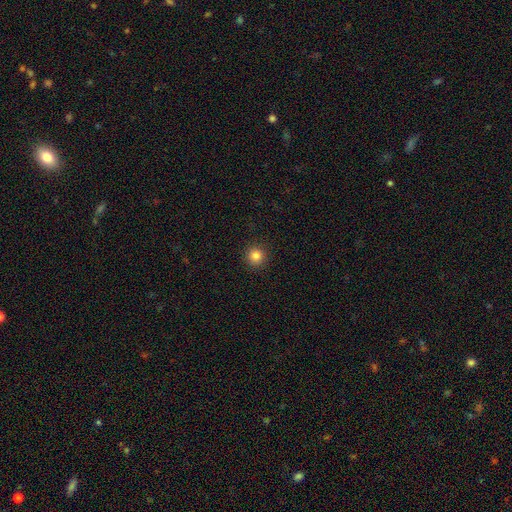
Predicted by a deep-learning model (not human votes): Smooth or featured? smooth (84%)
How rounded? round (95%)
Merging? none (93%)